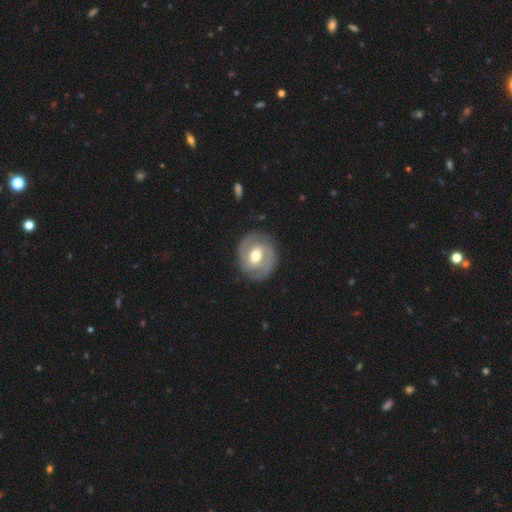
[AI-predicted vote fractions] Smooth or featured: featured or disk — 77% (smooth — 18%)
Edge-on disk: no — 97% (yes — 3%)
Bar: weak — 48% (no — 27%)
Spiral arms: yes — 84% (no — 16%)
Spiral winding: tight — 50% (medium — 39%)
Spiral arm count: 2 — 86% (can't tell — 7%)
Bulge size: moderate — 74% (small — 12%)
Merging: none — 84% (minor disturbance — 11%)